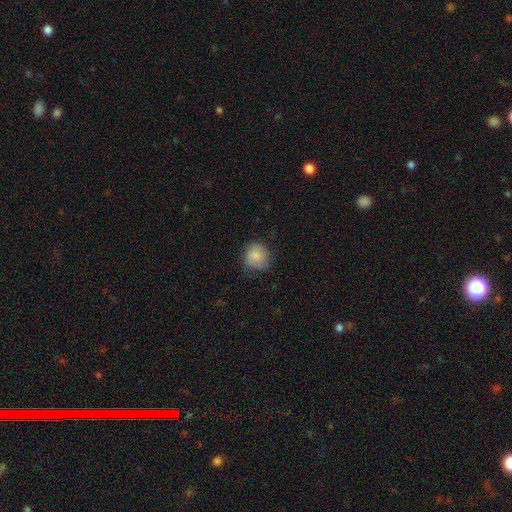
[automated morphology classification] smooth 86%, star or artifact 8%, featured or disk 7%. Down the decision tree: how rounded — round (88%); merging — none (70%).